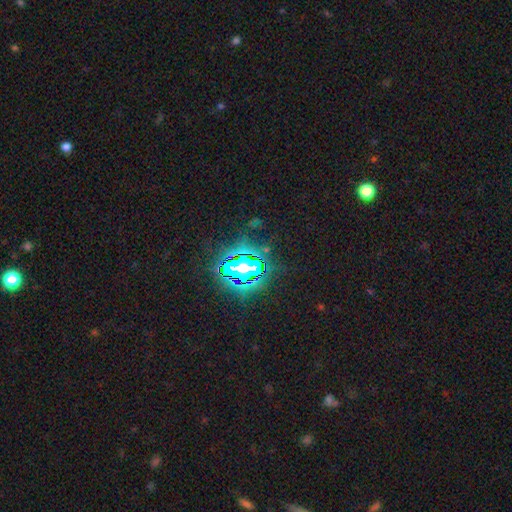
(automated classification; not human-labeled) Smooth or featured: star or artifact — 83% (smooth — 11%)